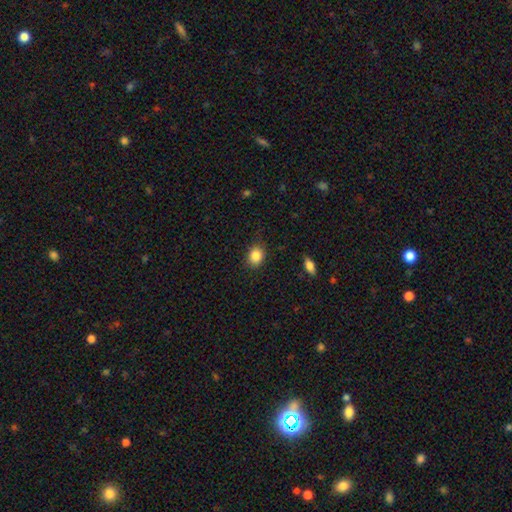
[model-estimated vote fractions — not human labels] A smooth galaxy with no disk features (86%) that is round (54%). Merging: none (82%).